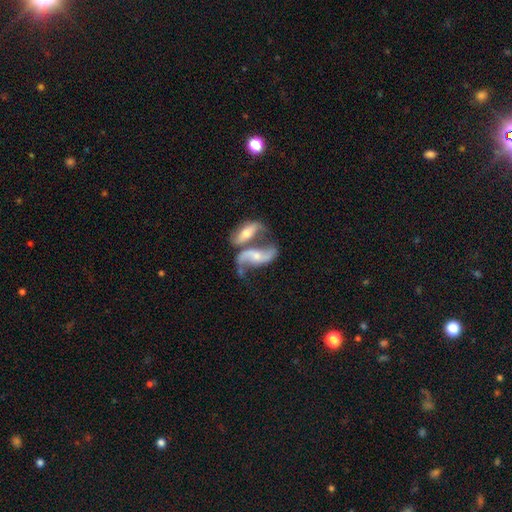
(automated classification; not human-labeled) featured or disk 78%, smooth 16%, star or artifact 6%. Down the decision tree: edge-on disk — no (91%); bar — no (50%); spiral arms — yes (89%); spiral arm count — 2 (87%); spiral winding — loose (82%); bulge size — small (44%); merging — merger (61%).